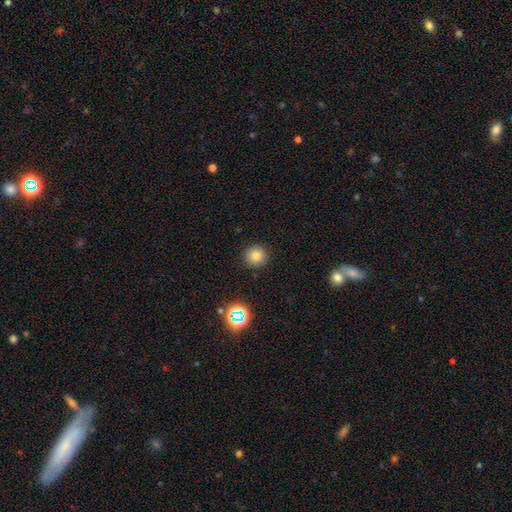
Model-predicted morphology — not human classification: This is likely a smooth galaxy (79%). How rounded: clearly round (93%). Merging: clearly none (90%).